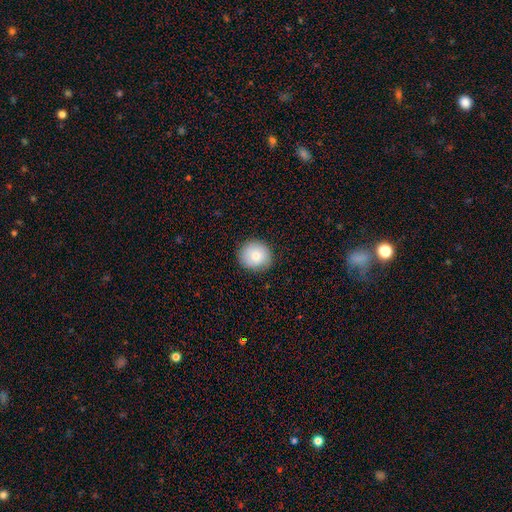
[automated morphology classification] A smooth galaxy with no disk features (80%) that is round (87%).

Vote fractions:
- Smooth or featured? smooth: 80% / featured or disk: 11% / star or artifact: 8%
- How rounded? round: 87% / in between: 12% / cigar-shaped: 1%
- Merging? none: 88% / minor disturbance: 9% / major disturbance: 2% / merger: 1%